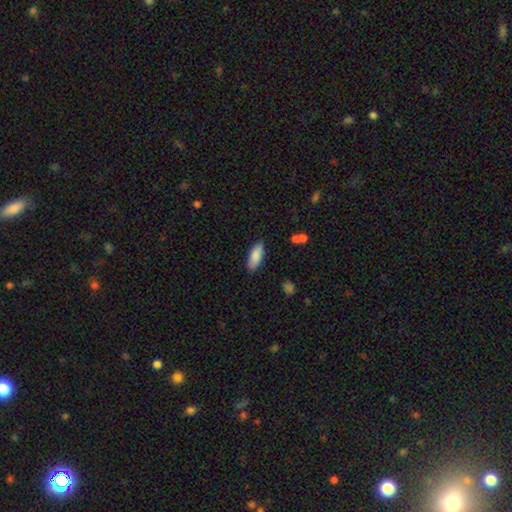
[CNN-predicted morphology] smooth-or-featured: smooth: 85% | featured or disk: 8% | star or artifact: 6%
  how-rounded: in between: 78% | cigar-shaped: 21% | round: 2%
  merging: none: 85% | minor disturbance: 11% | major disturbance: 2% | merger: 2%